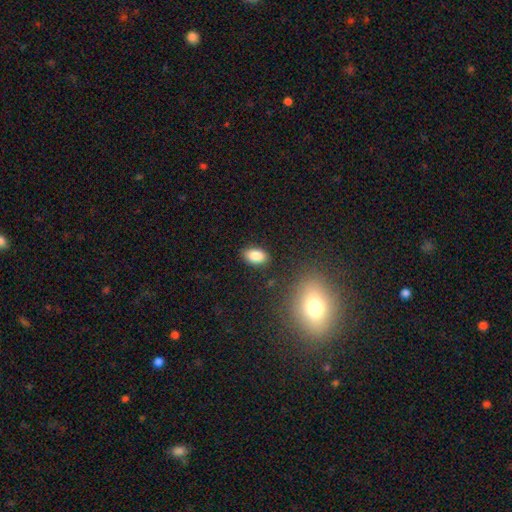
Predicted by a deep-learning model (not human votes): Overall: smooth (86%). How rounded: in between (90%). Merging: none (86%).